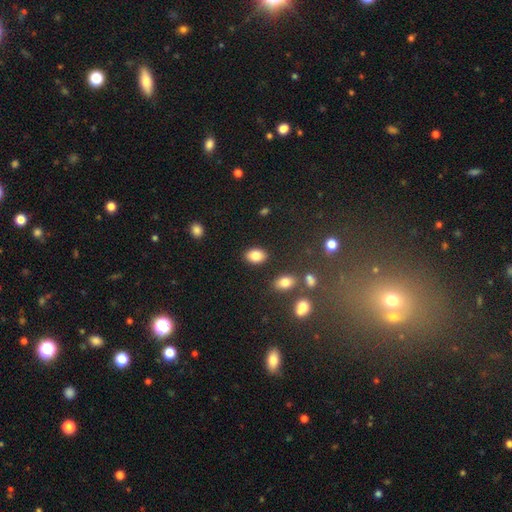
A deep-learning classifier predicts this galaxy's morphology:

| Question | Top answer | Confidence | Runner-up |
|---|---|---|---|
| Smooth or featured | smooth | 85% | star or artifact (9%) |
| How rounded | in between | 82% | round (17%) |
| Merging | none | 84% | minor disturbance (9%) |